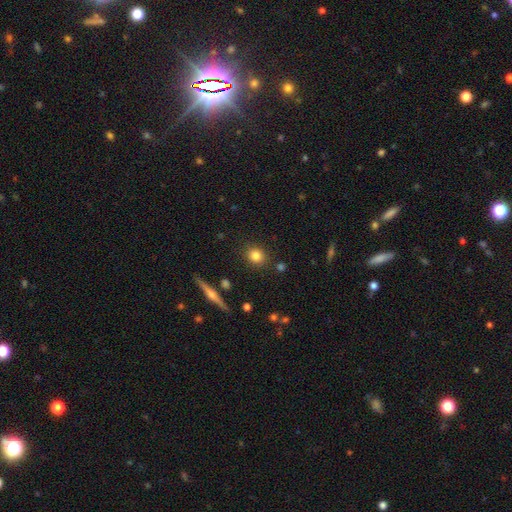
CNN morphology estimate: A smooth galaxy with no disk features (80%) that is round (78%).

Vote fractions:
- Smooth or featured? smooth: 80% / star or artifact: 10% / featured or disk: 9%
- How rounded? round: 78% / in between: 20% / cigar-shaped: 2%
- Merging? none: 87% / minor disturbance: 8% / merger: 2% / major disturbance: 2%